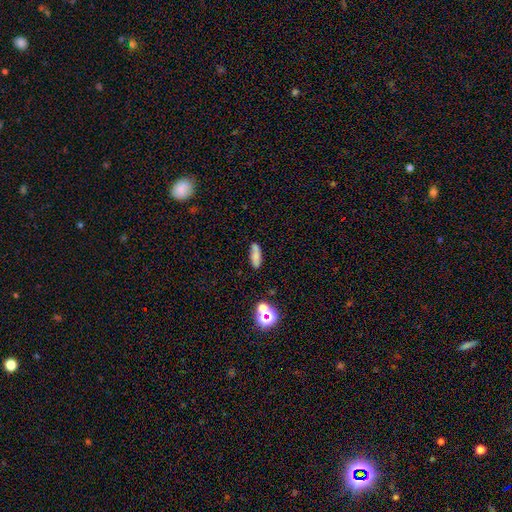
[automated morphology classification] smooth_or_featured: smooth (p=0.70) [alt: featured or disk p=0.17]
how_rounded: in between (p=0.63) [alt: cigar-shaped p=0.32]
merging: none (p=0.73) [alt: minor disturbance p=0.18]